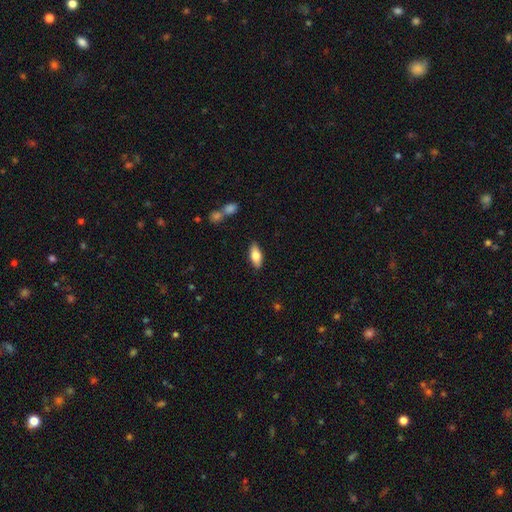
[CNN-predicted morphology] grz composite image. It shows a smooth galaxy with no disk features (73%) that is in between round and cigar-shaped (81%). Merging: none (87%).